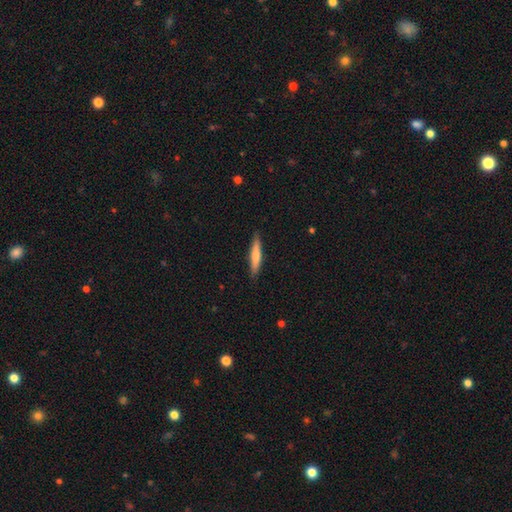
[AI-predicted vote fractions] A smooth galaxy with no disk features (68%) that is cigar-shaped (90%). Merging: none (88%).